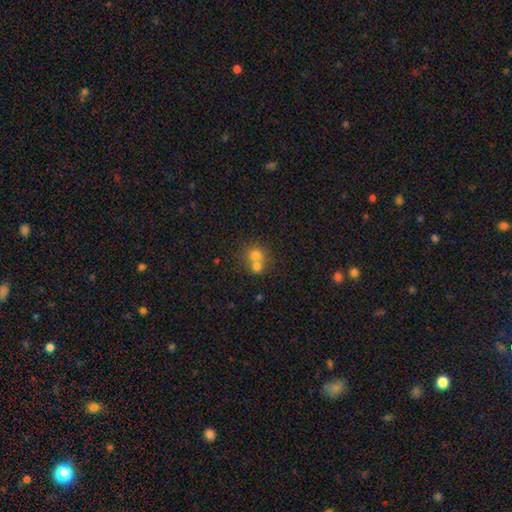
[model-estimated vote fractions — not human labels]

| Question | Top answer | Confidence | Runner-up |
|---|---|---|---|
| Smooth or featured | smooth | 72% | featured or disk (16%) |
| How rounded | round | 77% | in between (23%) |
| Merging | merger | 61% | none (30%) |